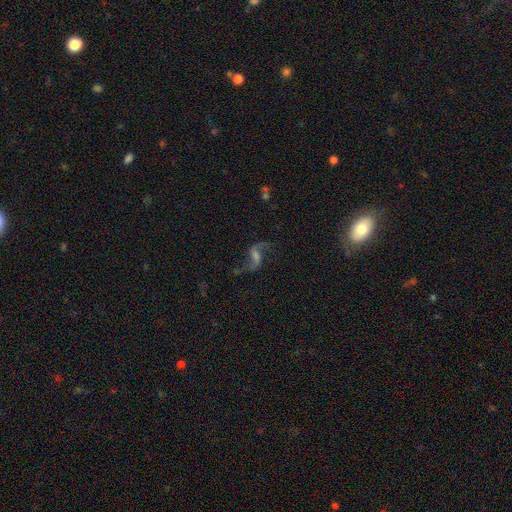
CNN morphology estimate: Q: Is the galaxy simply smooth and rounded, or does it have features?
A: featured or disk — 82%.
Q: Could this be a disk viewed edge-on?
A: no — 96%.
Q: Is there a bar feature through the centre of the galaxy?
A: weak — 49%.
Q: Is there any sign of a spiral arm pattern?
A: yes — 95%.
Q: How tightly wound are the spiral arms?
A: loose — 88%.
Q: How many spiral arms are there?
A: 2 — 92%.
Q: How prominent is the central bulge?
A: none — 35%.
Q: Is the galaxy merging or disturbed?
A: none — 72%.